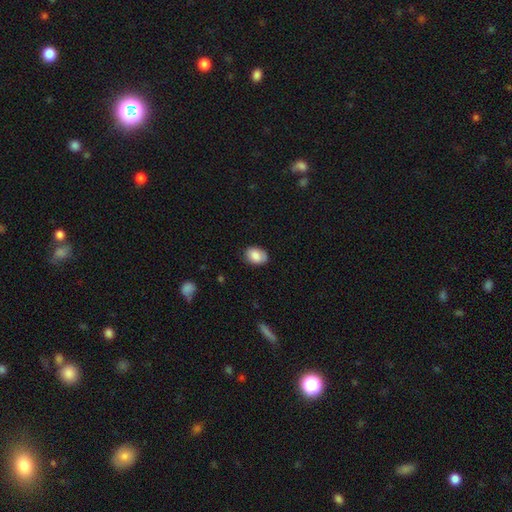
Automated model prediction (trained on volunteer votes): Smooth or featured? Predicted: smooth (p=0.85). How rounded? Predicted: in between (p=0.81). Merging? Predicted: none (p=0.80).